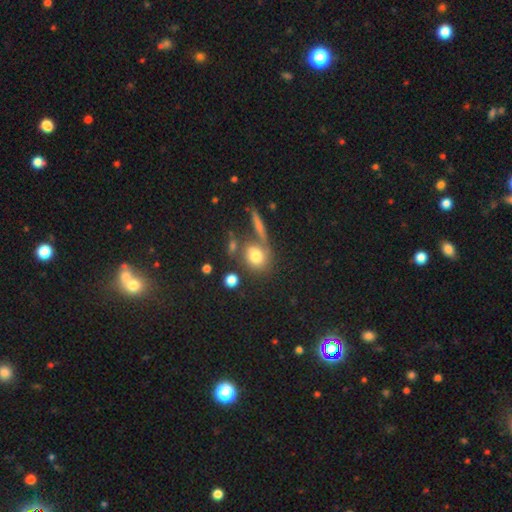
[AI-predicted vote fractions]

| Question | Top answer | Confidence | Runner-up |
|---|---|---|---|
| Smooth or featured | smooth | 75% | featured or disk (13%) |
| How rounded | round | 65% | in between (32%) |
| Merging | none | 59% | merger (21%) |